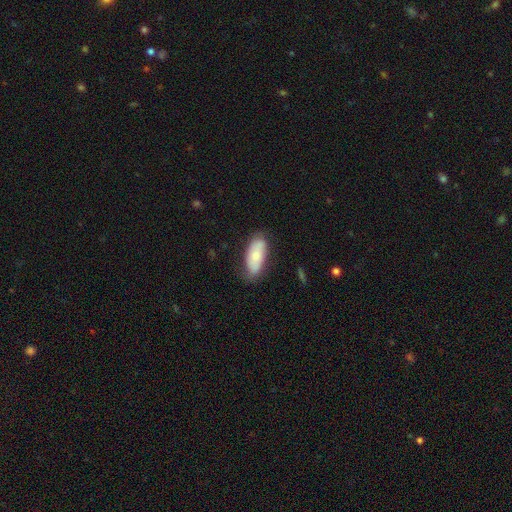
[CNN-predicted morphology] This appears to be a smooth galaxy with no disk features (69%) that is in between round and cigar-shaped (87%). Merging: none (70%).